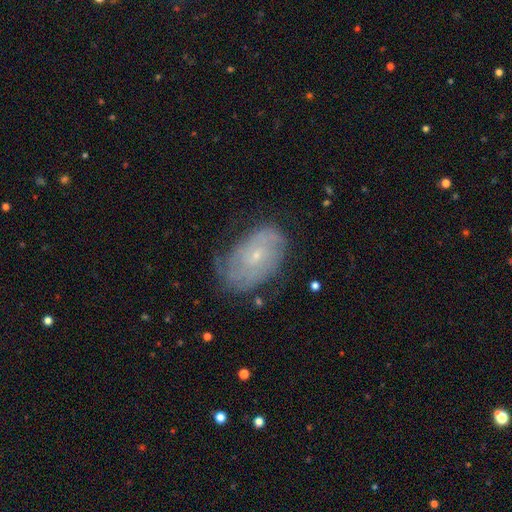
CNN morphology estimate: smooth-or-featured: featured or disk: 69% | smooth: 23% | star or artifact: 8%
  disk-edge-on: no: 95% | yes: 5%
    bar: no: 70% | weak: 26% | strong: 4%
    has-spiral-arms: yes: 85% | no: 15%
      spiral-winding: tight: 60% | medium: 29% | loose: 11%
      spiral-arm-count: can't tell: 52% | 2: 24% | 3: 10% | 4: 6% | 1: 5% | more than 4: 4%
    bulge-size: small: 80% | moderate: 16% | none: 2% | large: 1% | dominant: 1%
  merging: none: 65% | minor disturbance: 24% | major disturbance: 9% | merger: 2%